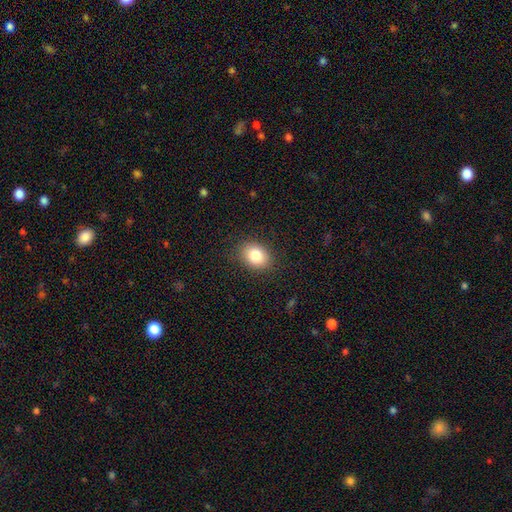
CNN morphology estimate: Smooth or featured: smooth — 83% (star or artifact — 9%)
How rounded: in between — 65% (round — 34%)
Merging: none — 86% (minor disturbance — 10%)